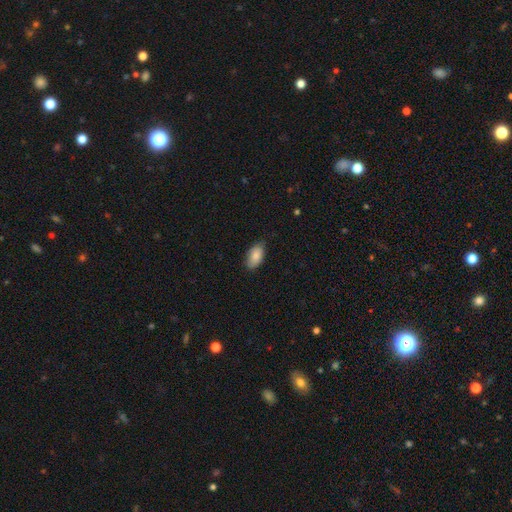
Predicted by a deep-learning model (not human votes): Smooth or featured? Predicted: smooth (p=0.86). How rounded? Predicted: in between (p=0.94). Merging? Predicted: none (p=0.76).